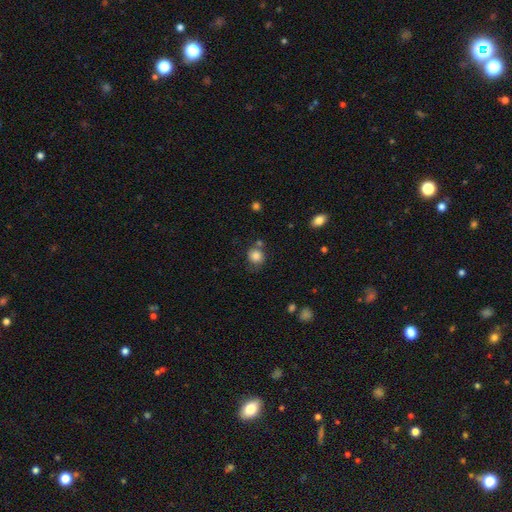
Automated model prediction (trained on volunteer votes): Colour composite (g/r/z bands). It shows a smooth galaxy with no disk features (84%) that is round (83%). Merging: none (66%).